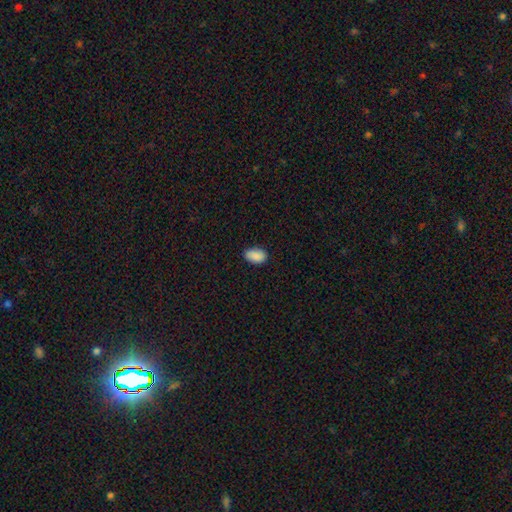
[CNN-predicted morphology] Smooth or featured?
  - smooth: 89% *
  - star or artifact: 7%
  - featured or disk: 3%
How rounded?
  - in between: 92% *
  - round: 7%
  - cigar-shaped: 2%
Merging?
  - none: 84% *
  - minor disturbance: 13%
  - major disturbance: 2%
  - merger: 1%